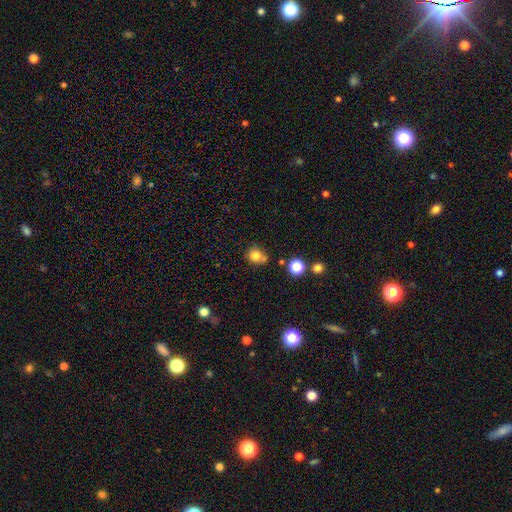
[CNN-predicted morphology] smooth_or_featured: smooth (p=0.79) [alt: star or artifact p=0.13]
how_rounded: round (p=0.79) [alt: in between p=0.20]
merging: none (p=0.57) [alt: minor disturbance p=0.18]